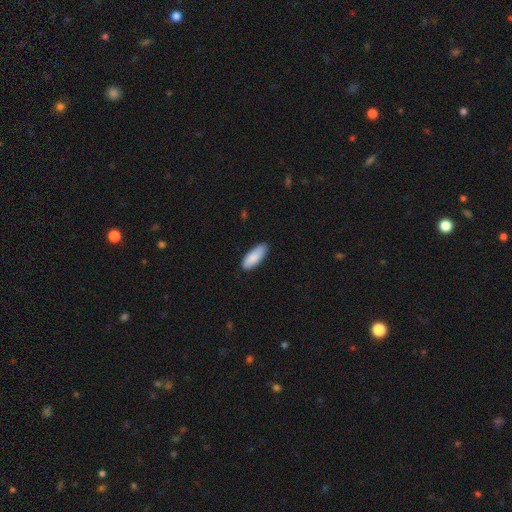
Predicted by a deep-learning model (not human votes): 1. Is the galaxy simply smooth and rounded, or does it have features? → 88% smooth, 6% featured or disk, 5% star or artifact.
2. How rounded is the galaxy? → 72% in between, 27% cigar-shaped, 2% round.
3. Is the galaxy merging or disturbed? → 84% none, 13% minor disturbance, 2% major disturbance, 1% merger.